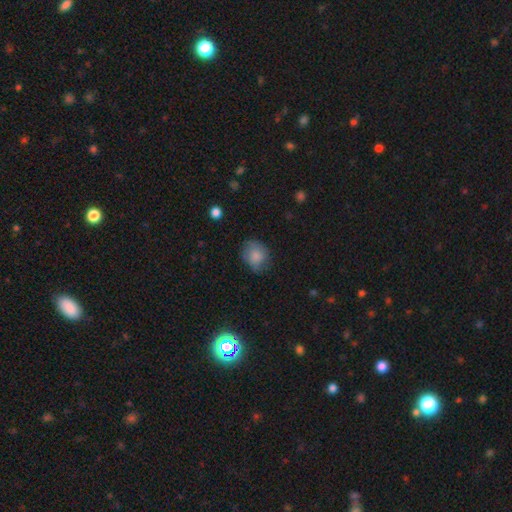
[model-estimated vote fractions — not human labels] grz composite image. It shows a smooth galaxy with no disk features (82%) that is round (63%). Merging: none (65%).